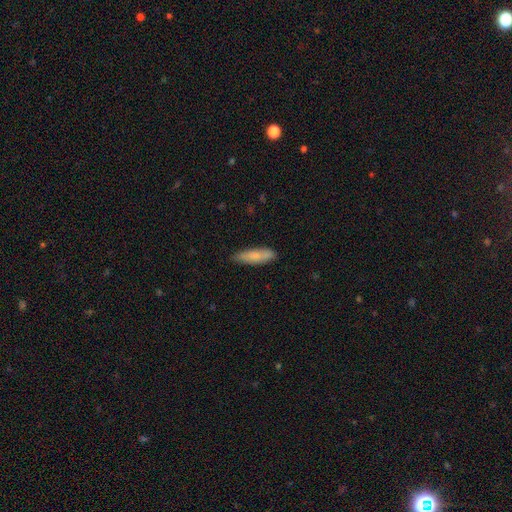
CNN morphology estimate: Smooth or featured? Predicted: smooth (p=0.76). How rounded? Predicted: cigar-shaped (p=0.62). Merging? Predicted: none (p=0.80).